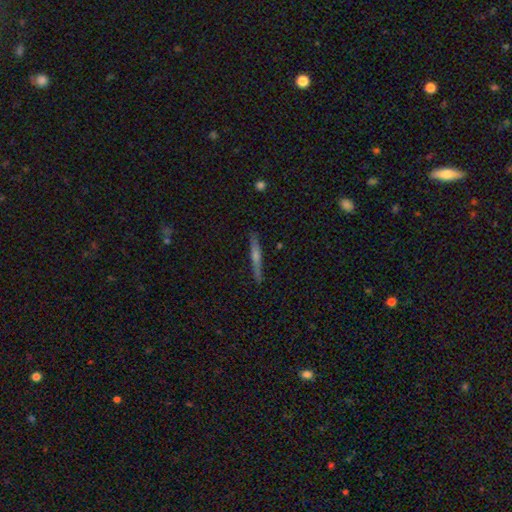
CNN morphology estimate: A featured or disk galaxy (62%) viewed edge-on (97%) with a rounded central bulge (67%).

Vote fractions:
- Smooth or featured? featured or disk: 62% / smooth: 32% / star or artifact: 7%
- Edge-on disk? yes: 97% / no: 3%
- Edge-on bulge? rounded: 67% / none: 24% / boxy: 9%
- Merging? none: 90% / minor disturbance: 7% / major disturbance: 1% / merger: 1%